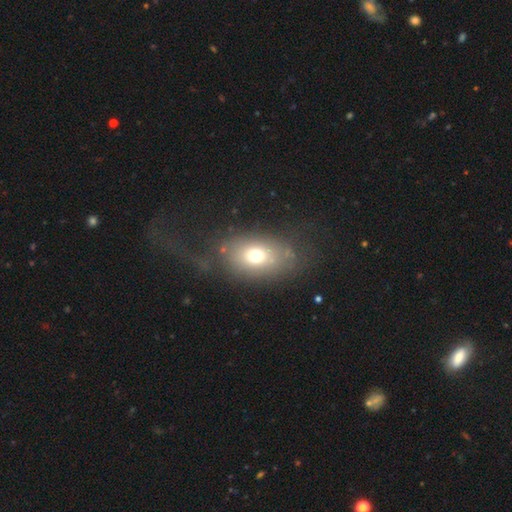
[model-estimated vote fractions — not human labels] The model was most divided on "merging": none: 64%, major disturbance: 17%, minor disturbance: 17%, merger: 3%. More confident: how rounded — in between (75%); smooth or featured — smooth (66%).